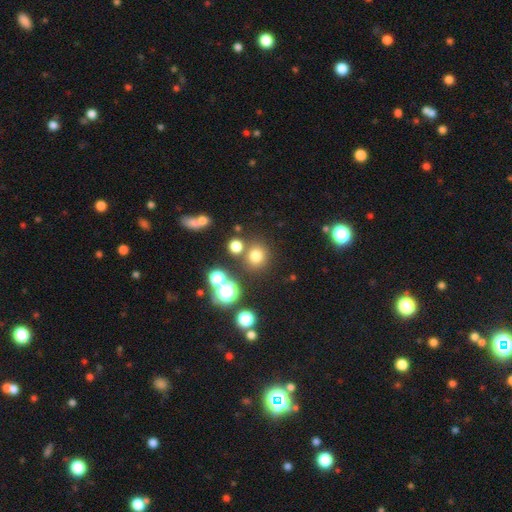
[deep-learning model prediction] Q: Smooth or featured?
A: smooth (72%); runner-up: star or artifact (21%)
Q: How rounded?
A: round (89%); runner-up: in between (10%)
Q: Merging?
A: none (78%); runner-up: merger (10%)